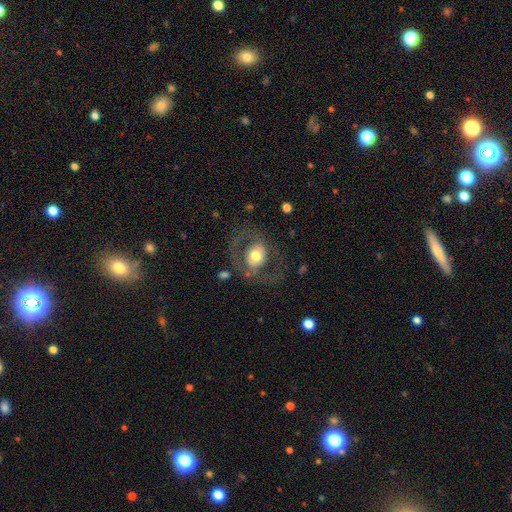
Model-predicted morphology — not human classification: This appears to be a featured or disk galaxy (51%). Merging: none (67%).